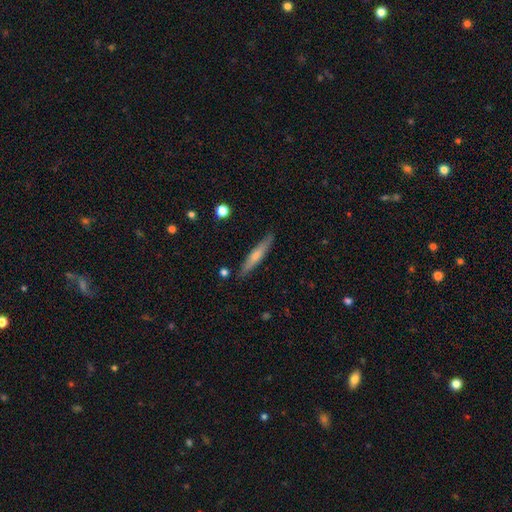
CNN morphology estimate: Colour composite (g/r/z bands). It shows a smooth galaxy with no disk features (56%) that is cigar-shaped (92%). Merging: none (87%).